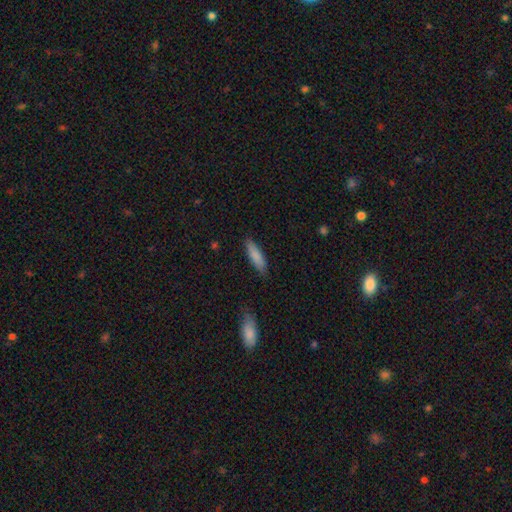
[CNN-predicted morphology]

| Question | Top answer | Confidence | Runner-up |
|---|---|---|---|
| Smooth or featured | smooth | 84% | featured or disk (10%) |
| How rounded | cigar-shaped | 58% | in between (40%) |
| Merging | none | 83% | minor disturbance (13%) |